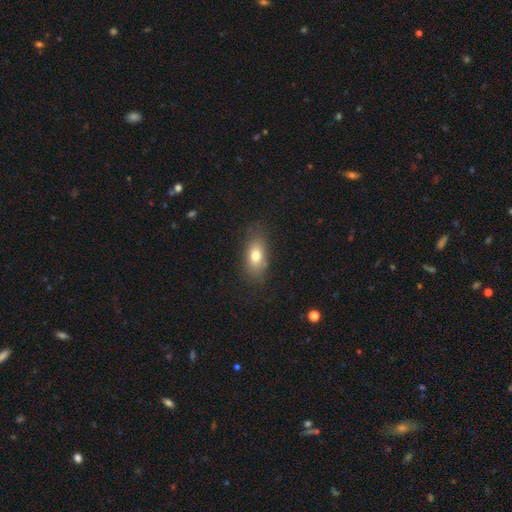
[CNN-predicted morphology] Smooth or featured? Predicted: smooth (p=0.75). How rounded? Predicted: in between (p=0.85). Merging? Predicted: none (p=0.80).